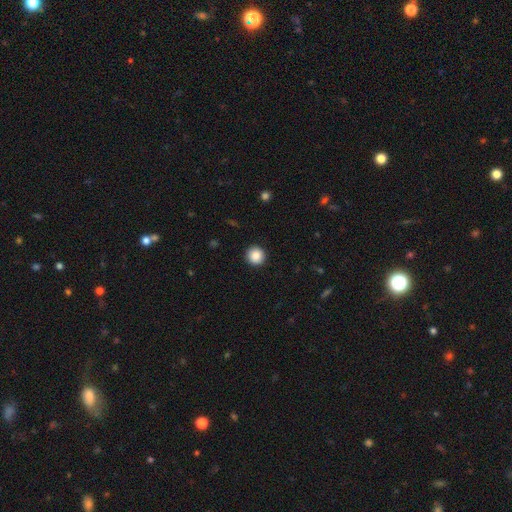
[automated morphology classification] smooth-or-featured: smooth: 87% | star or artifact: 9% | featured or disk: 4%
  how-rounded: round: 95% | in between: 4% | cigar-shaped: 1%
  merging: none: 93% | minor disturbance: 5% | major disturbance: 2% | merger: 1%